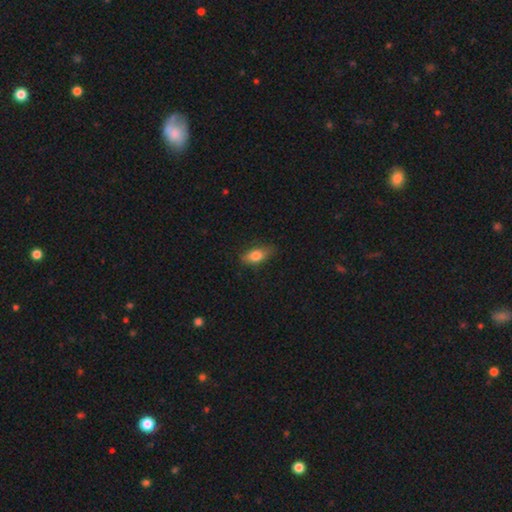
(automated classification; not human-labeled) Morphology: type=smooth (78%); roundness=in between (81%); merging=none (78%).